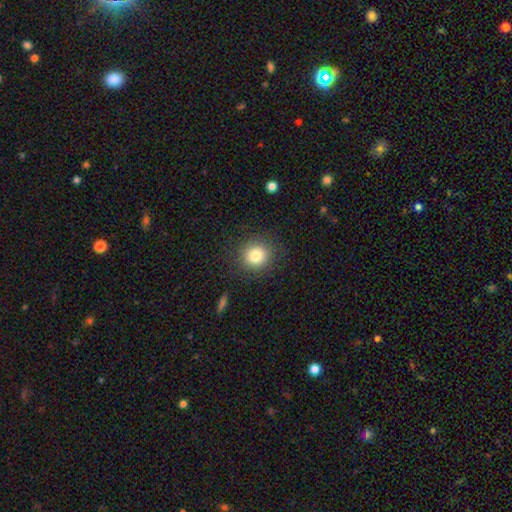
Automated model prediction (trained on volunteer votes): smooth-or-featured: smooth: 82% | star or artifact: 11% | featured or disk: 8%
  how-rounded: round: 88% | in between: 11% | cigar-shaped: 1%
  merging: none: 87% | minor disturbance: 8% | major disturbance: 3% | merger: 1%